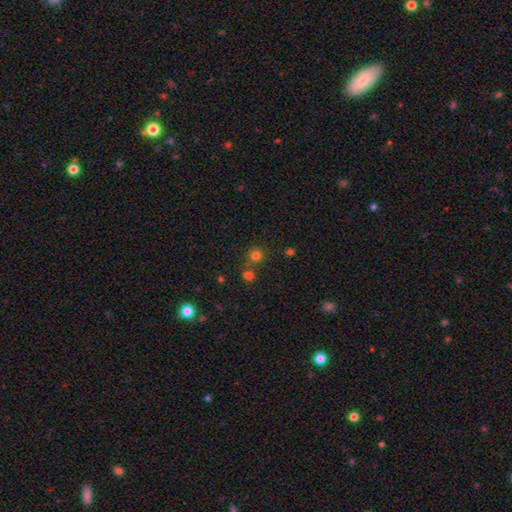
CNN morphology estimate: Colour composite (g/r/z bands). It shows a smooth galaxy with no disk features (75%) that is round (91%). Merging: none (72%).